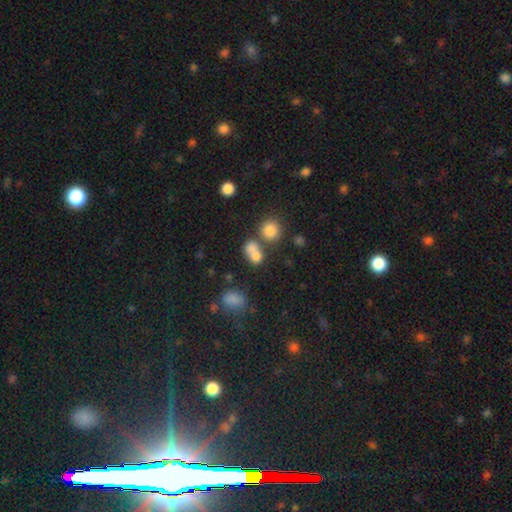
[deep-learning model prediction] Smooth or featured? smooth (74%)
How rounded? round (66%)
Merging? merger (51%)